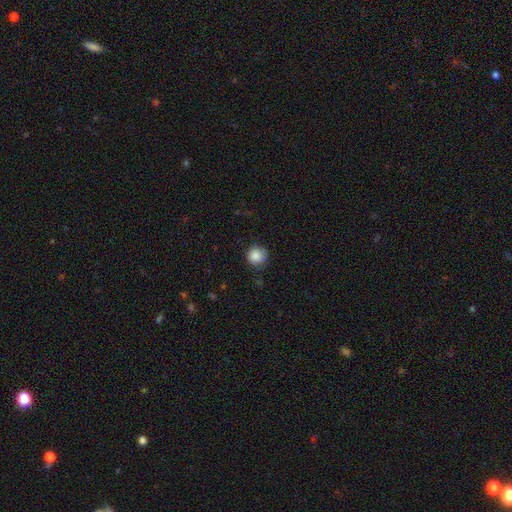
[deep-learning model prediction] This is clearly a smooth galaxy (86%). How rounded: clearly round (91%). Merging: likely none (76%).